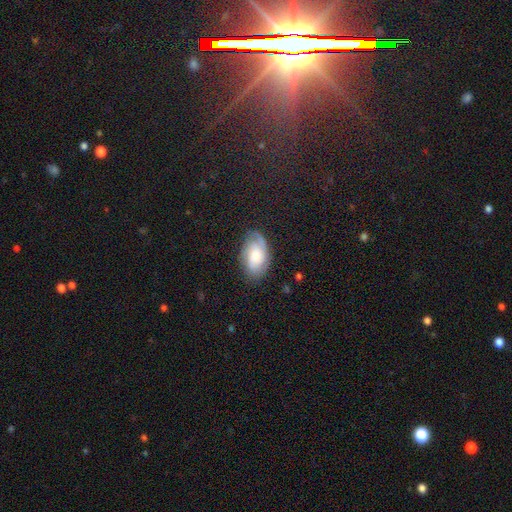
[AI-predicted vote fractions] A featured or disk galaxy (59%) with no bar (70%), 2 (37%) tight (48%) spiral arms (91%) and a moderate central bulge (31%). Merging: none (69%).